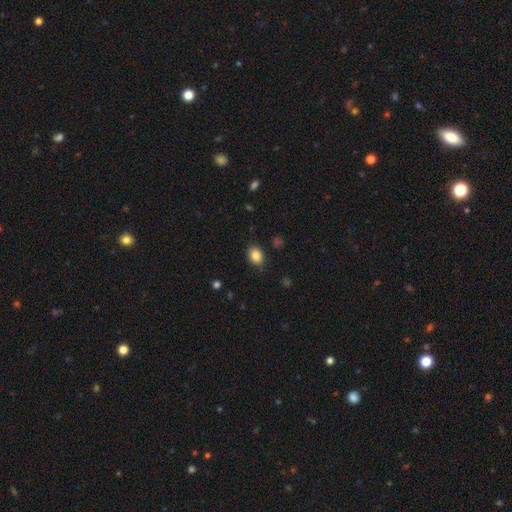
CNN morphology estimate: smooth-or-featured: smooth: 86% | star or artifact: 9% | featured or disk: 5%
  how-rounded: in between: 62% | round: 37% | cigar-shaped: 1%
  merging: none: 82% | minor disturbance: 13% | major disturbance: 3% | merger: 1%